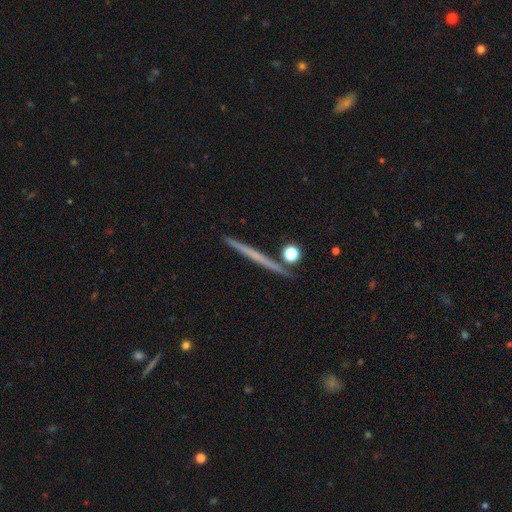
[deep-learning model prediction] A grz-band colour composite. It shows a featured or disk galaxy (54%) viewed edge-on (97%) with no central bulge (90%). Merging: none (90%).